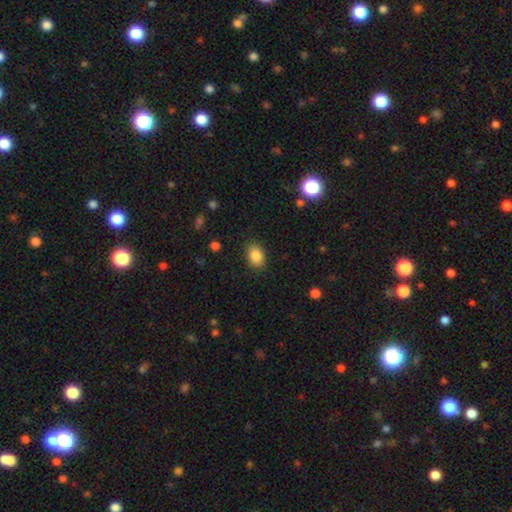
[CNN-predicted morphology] This appears to be a smooth galaxy with no disk features (87%) that is in between round and cigar-shaped (78%). Merging: none (86%).